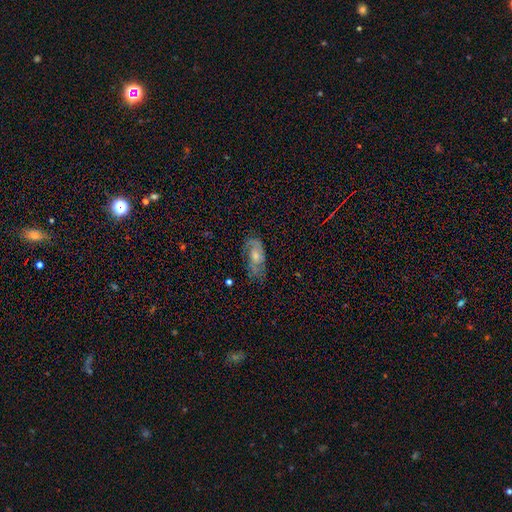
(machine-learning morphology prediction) A featured or disk galaxy (66%) with no bar (65%), 2 (67%) medium (44%) spiral arms (88%) and a moderate central bulge (58%).

Vote fractions:
- Smooth or featured? featured or disk: 66% / smooth: 21% / star or artifact: 13%
- Edge-on disk? no: 91% / yes: 9%
- Bar? no: 65% / weak: 29% / strong: 6%
- Spiral arms? yes: 88% / no: 12%
- Spiral winding? medium: 44% / tight: 36% / loose: 19%
- Spiral arm count? 2: 67% / can't tell: 19% / 1: 6% / 3: 4% / 4: 2% / more than 4: 2%
- Bulge size? moderate: 58% / small: 31% / large: 6% / none: 3% / dominant: 1%
- Merging? none: 69% / minor disturbance: 21% / major disturbance: 9% / merger: 2%